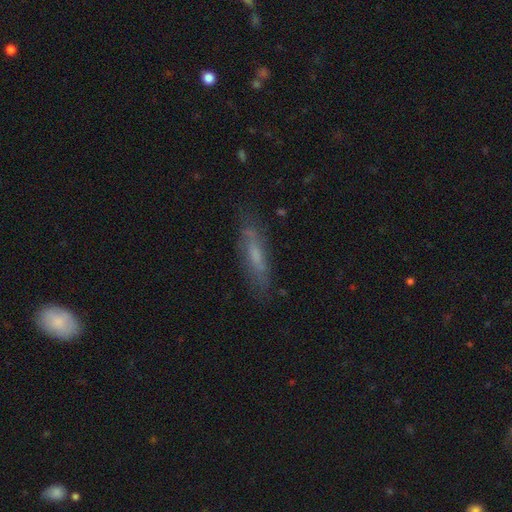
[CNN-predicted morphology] A smooth galaxy with no disk features (48%).

Vote fractions:
- Smooth or featured? smooth: 48% / featured or disk: 43% / star or artifact: 8%
- Merging? none: 72% / minor disturbance: 19% / major disturbance: 7% / merger: 2%